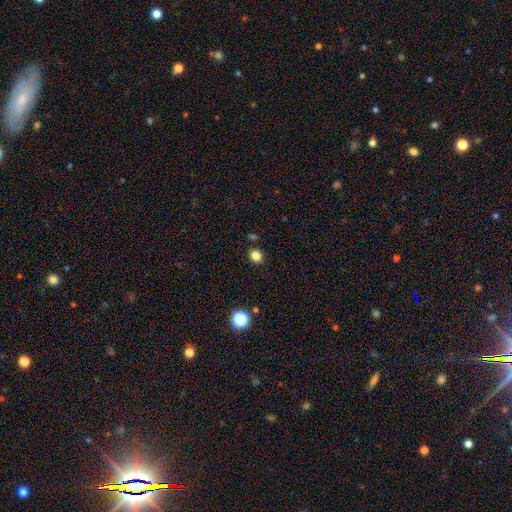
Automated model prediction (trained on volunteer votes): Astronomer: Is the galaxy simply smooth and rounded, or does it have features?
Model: smooth — 82%.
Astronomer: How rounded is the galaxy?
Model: round — 74%.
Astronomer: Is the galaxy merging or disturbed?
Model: none — 88%.